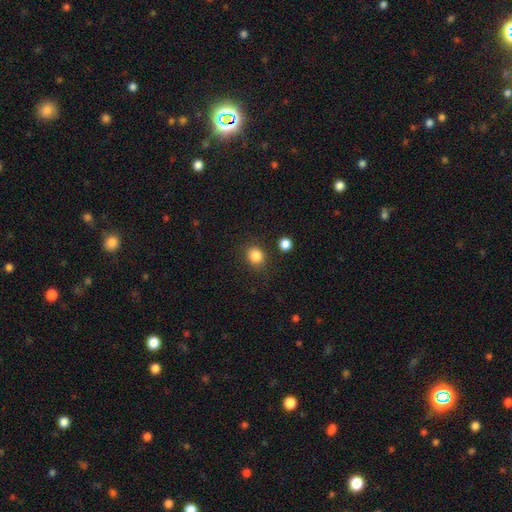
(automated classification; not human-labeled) Smooth or featured?
  - smooth: 85% *
  - star or artifact: 10%
  - featured or disk: 4%
How rounded?
  - round: 70% *
  - in between: 29%
  - cigar-shaped: 1%
Merging?
  - none: 83% *
  - minor disturbance: 10%
  - merger: 4%
  - major disturbance: 4%